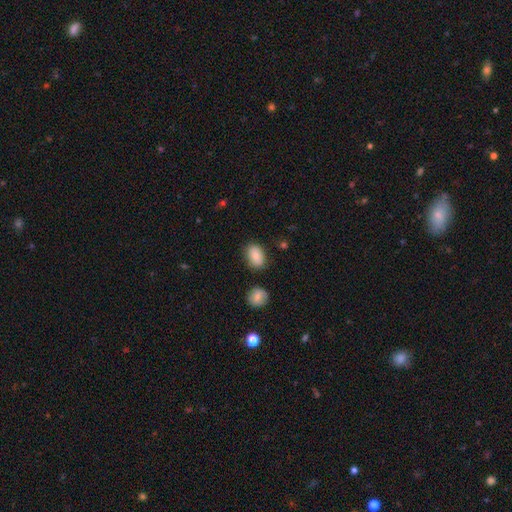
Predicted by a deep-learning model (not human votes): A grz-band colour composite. It shows a smooth galaxy with no disk features (83%) that is in between round and cigar-shaped (83%). Merging: none (79%).